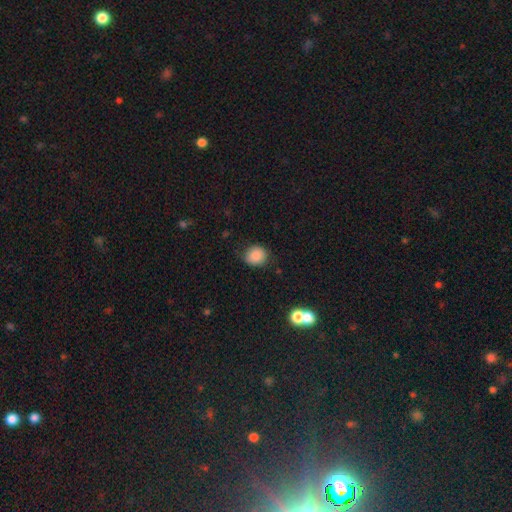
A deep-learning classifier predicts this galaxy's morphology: Overall: smooth (86%). How rounded: round (75%). Merging: none (79%).